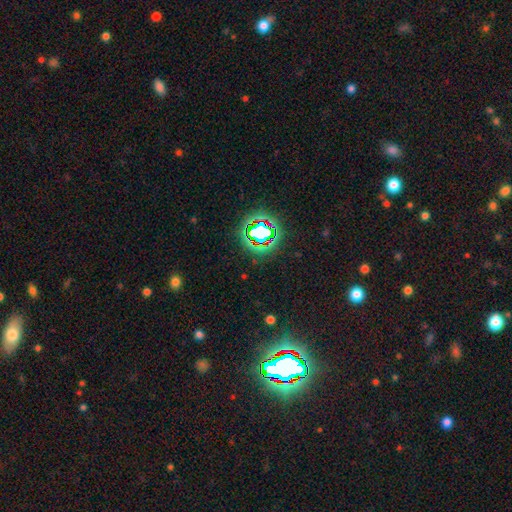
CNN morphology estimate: A star or artifact, not a galaxy (81%).

Vote fractions:
- Smooth or featured? star or artifact: 81% / smooth: 11% / featured or disk: 7%